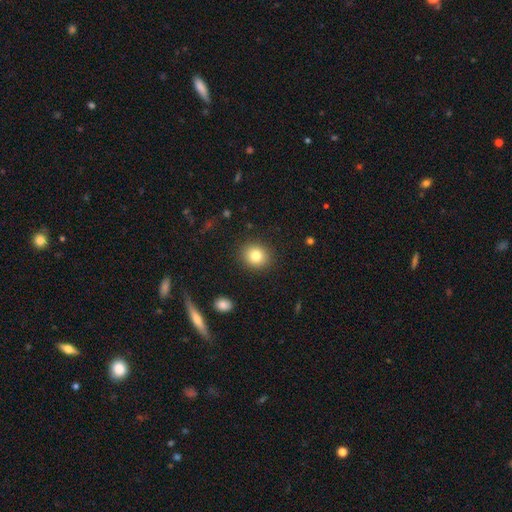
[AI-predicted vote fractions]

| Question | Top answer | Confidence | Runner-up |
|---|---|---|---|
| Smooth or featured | smooth | 81% | star or artifact (10%) |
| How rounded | round | 80% | in between (19%) |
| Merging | none | 90% | minor disturbance (7%) |